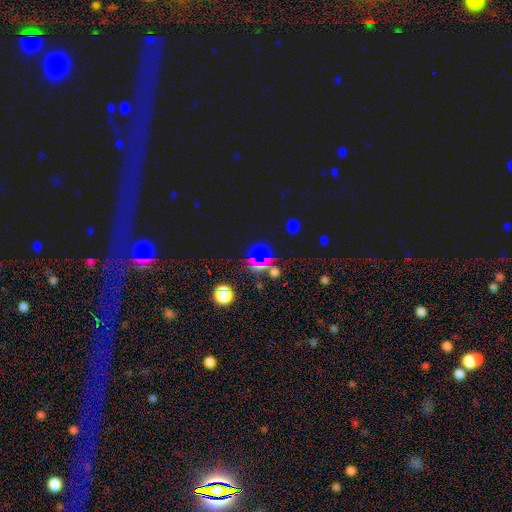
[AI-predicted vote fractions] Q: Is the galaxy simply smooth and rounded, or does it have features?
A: star or artifact — 67%.